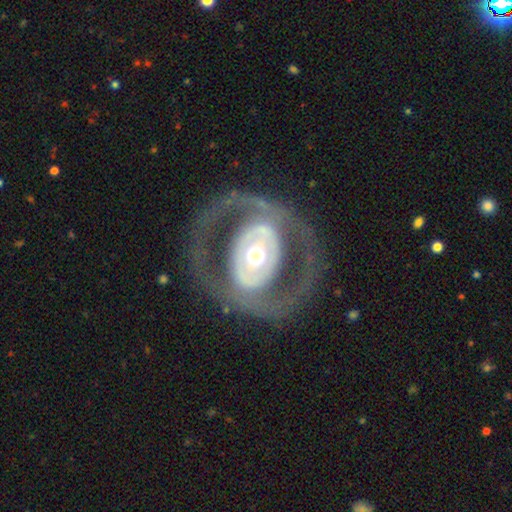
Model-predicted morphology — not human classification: featured or disk 76%, smooth 19%, star or artifact 5%. Down the decision tree: edge-on disk — no (94%); bar — no (61%); spiral arms — no (63%); bulge size — moderate (66%); merging — none (72%).